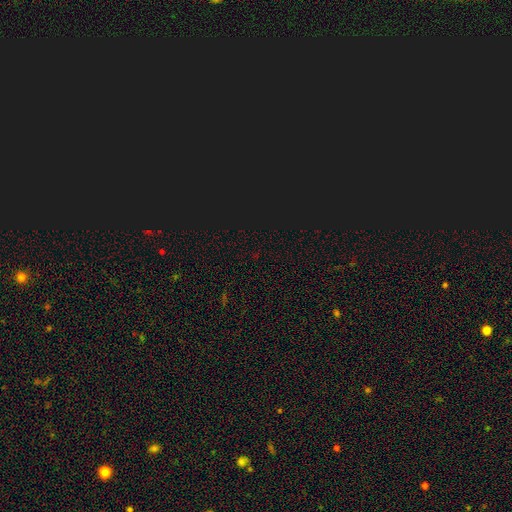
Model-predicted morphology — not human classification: This is likely a star or artifact rather than a galaxy (77%).